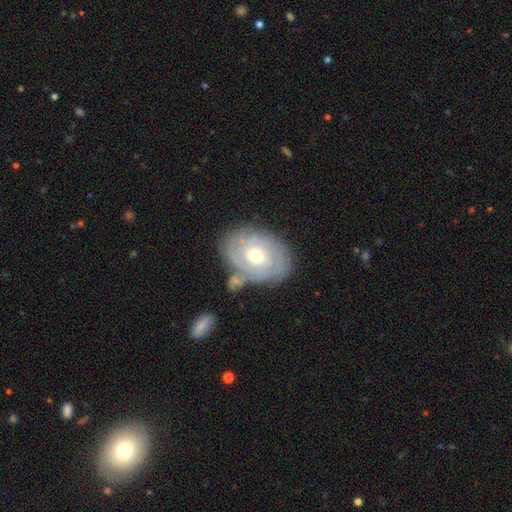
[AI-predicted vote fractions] Morphology: type=featured or disk (74%); edge-on=no (96%); bar=no (69%); spiral arms=yes (85%); winding=tight (73%); arm count=can't tell (46%); bulge=moderate (73%); merging=none (64%).